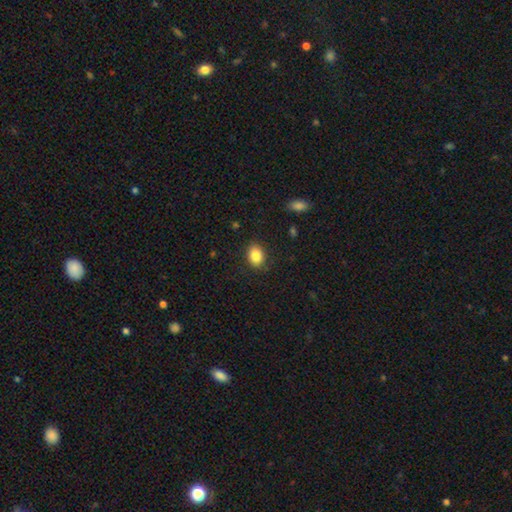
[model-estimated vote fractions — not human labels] Overall: smooth (85%). How rounded: in between (73%). Merging: none (86%).